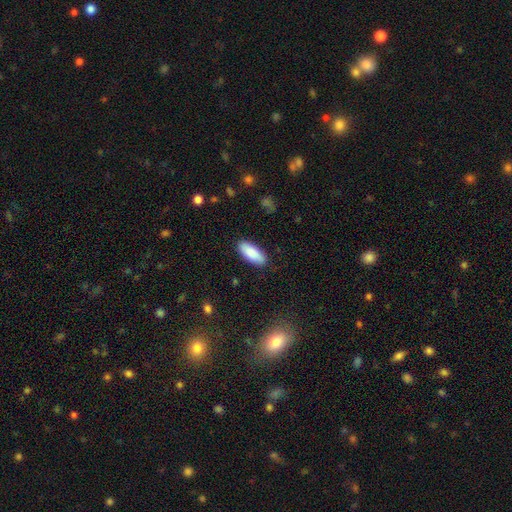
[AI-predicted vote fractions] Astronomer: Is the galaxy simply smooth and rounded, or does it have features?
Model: smooth — 84%.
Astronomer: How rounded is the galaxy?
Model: in between — 79%.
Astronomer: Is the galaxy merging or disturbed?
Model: none — 87%.